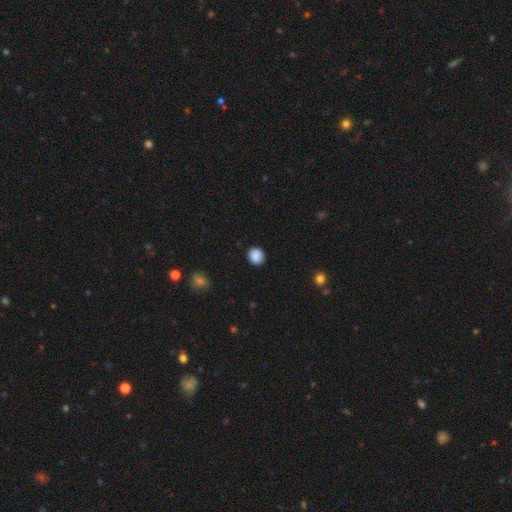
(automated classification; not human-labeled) This is clearly a smooth galaxy (89%). How rounded: clearly round (84%). Merging: clearly none (90%).